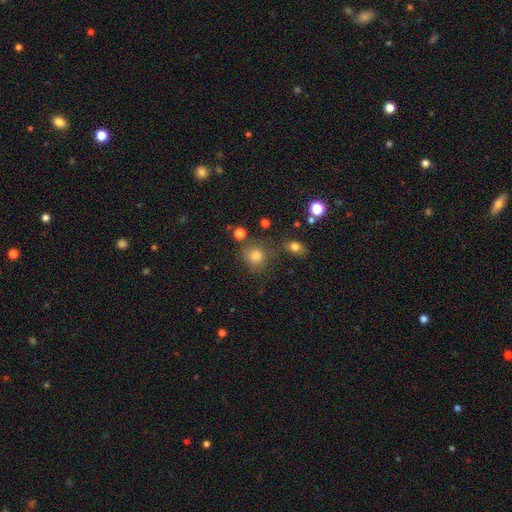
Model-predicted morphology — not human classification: A smooth galaxy with no disk features (79%) that is round (84%). Merging: none (74%).